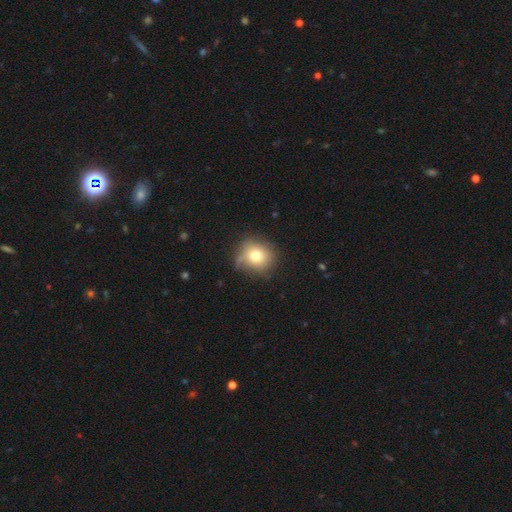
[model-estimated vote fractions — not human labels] Smooth or featured: smooth — 73% (featured or disk — 14%)
How rounded: round — 81% (in between — 18%)
Merging: none — 66% (minor disturbance — 24%)